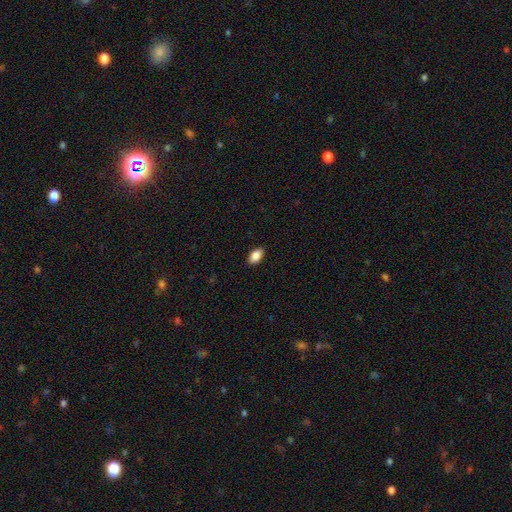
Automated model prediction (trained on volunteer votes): Overall: smooth (87%). How rounded: in between (92%). Merging: none (88%).